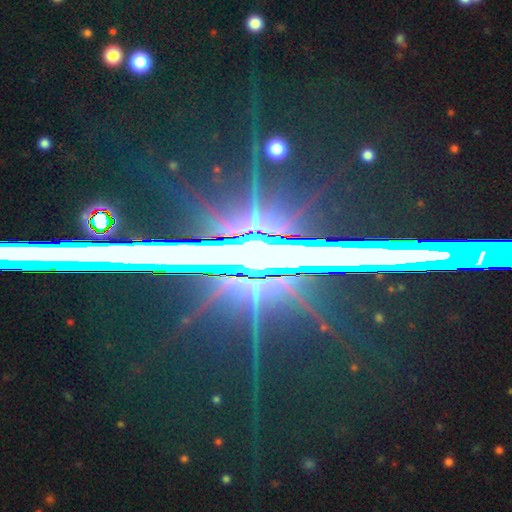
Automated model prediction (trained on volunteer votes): star or artifact 82%, featured or disk 10%, smooth 8%.